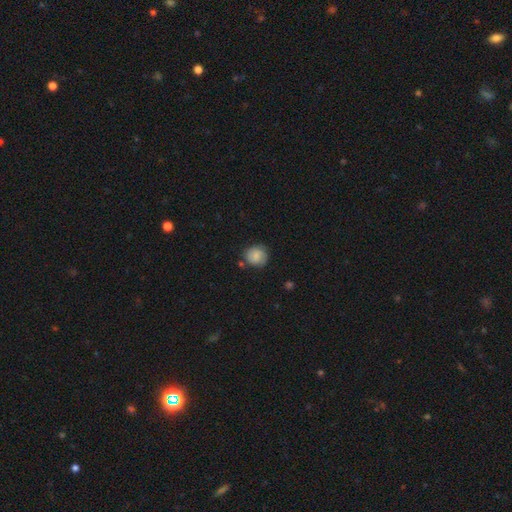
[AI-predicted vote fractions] smooth_or_featured: smooth (p=0.73) [alt: featured or disk p=0.18]
how_rounded: round (p=0.84) [alt: in between p=0.15]
merging: none (p=0.73) [alt: minor disturbance p=0.18]